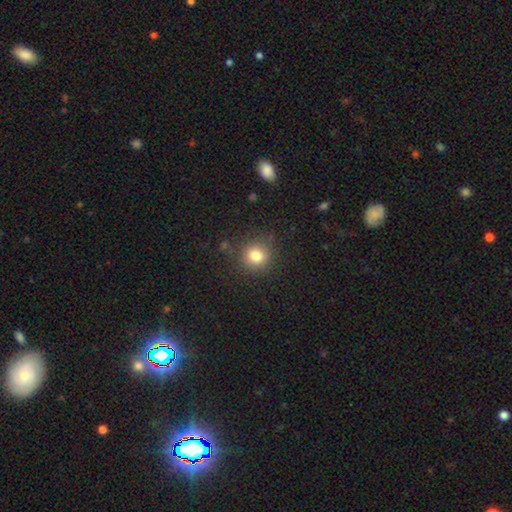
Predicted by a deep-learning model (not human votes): The model was most divided on "smooth or featured": smooth: 81%, star or artifact: 13%, featured or disk: 6%. More confident: how rounded — round (89%); merging — none (86%).